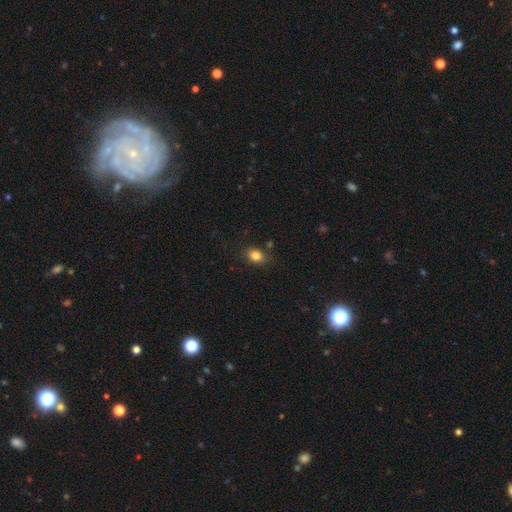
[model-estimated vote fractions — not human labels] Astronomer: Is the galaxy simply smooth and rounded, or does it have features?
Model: smooth — 83%.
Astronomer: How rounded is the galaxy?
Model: in between — 55% (runner-up: round, 44%).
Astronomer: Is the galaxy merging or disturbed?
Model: none — 83%.